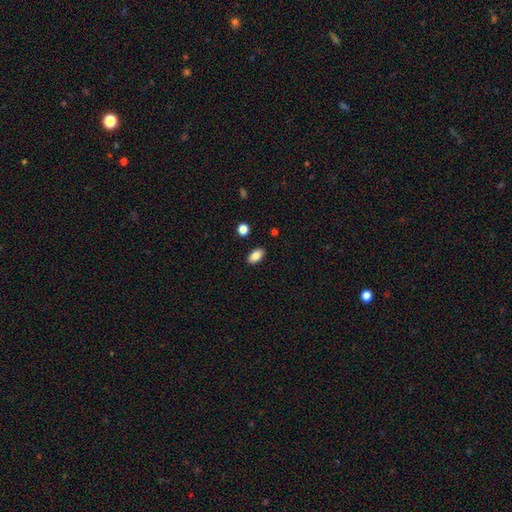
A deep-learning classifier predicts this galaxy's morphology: Smooth or featured? smooth (86%)
How rounded? in between (92%)
Merging? none (88%)